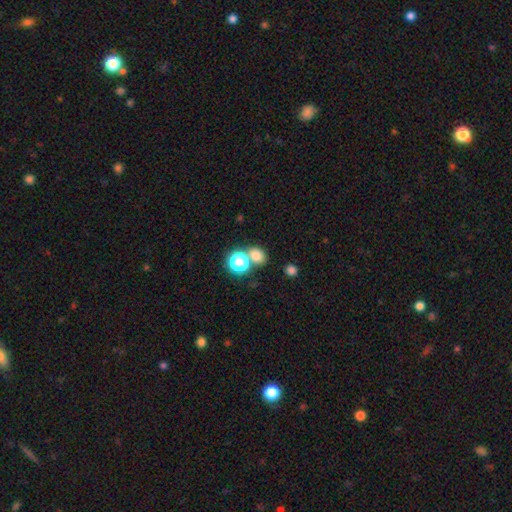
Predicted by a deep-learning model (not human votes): This appears to be a smooth galaxy with no disk features (74%) that is round (59%). Merging: none (57%).